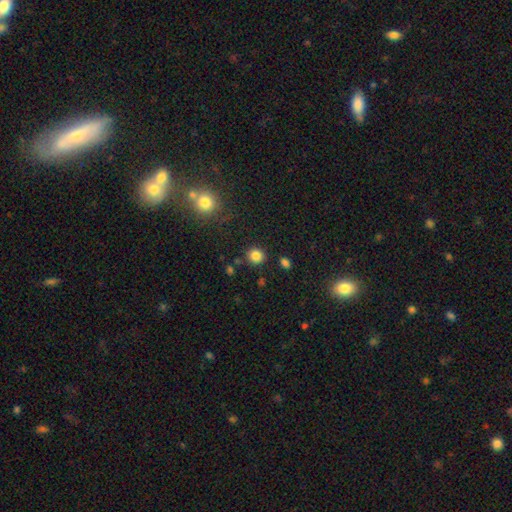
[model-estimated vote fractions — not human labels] smooth 83%, star or artifact 12%, featured or disk 5%. Down the decision tree: how rounded — round (85%); merging — none (85%).